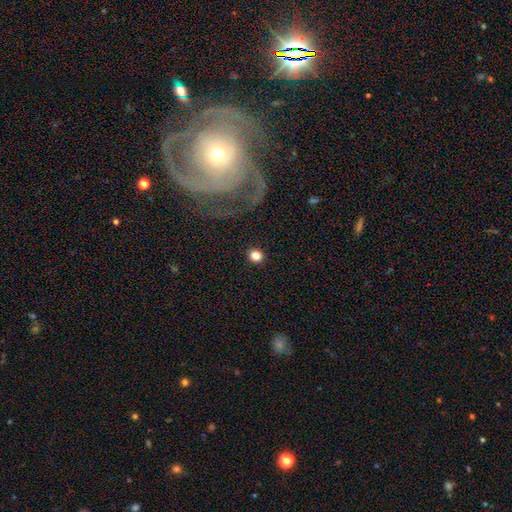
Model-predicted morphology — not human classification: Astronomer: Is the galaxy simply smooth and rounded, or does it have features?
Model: smooth — 82%.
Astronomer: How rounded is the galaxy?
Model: round — 83%.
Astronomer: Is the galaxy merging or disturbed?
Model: none — 91%.